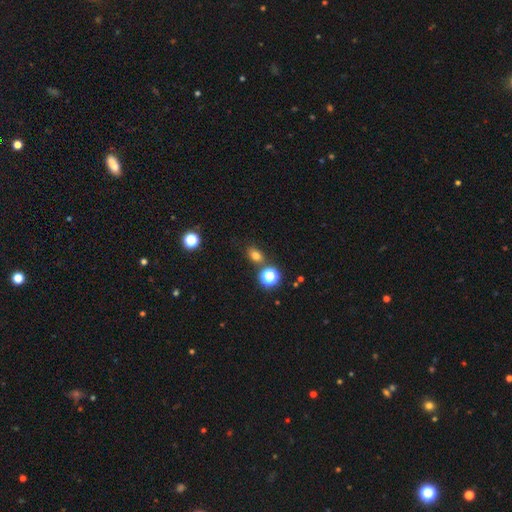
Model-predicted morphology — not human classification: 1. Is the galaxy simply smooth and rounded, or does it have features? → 72% smooth, 20% star or artifact, 7% featured or disk.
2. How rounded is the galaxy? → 59% in between, 40% round, 2% cigar-shaped.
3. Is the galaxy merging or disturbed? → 76% none, 11% minor disturbance, 10% merger, 3% major disturbance.